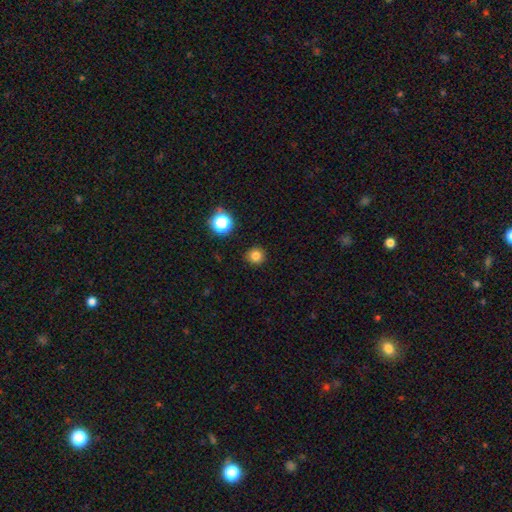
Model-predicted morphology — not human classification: Q: Smooth or featured?
A: smooth (81%); runner-up: star or artifact (14%)
Q: How rounded?
A: round (92%); runner-up: in between (7%)
Q: Merging?
A: none (90%); runner-up: minor disturbance (6%)